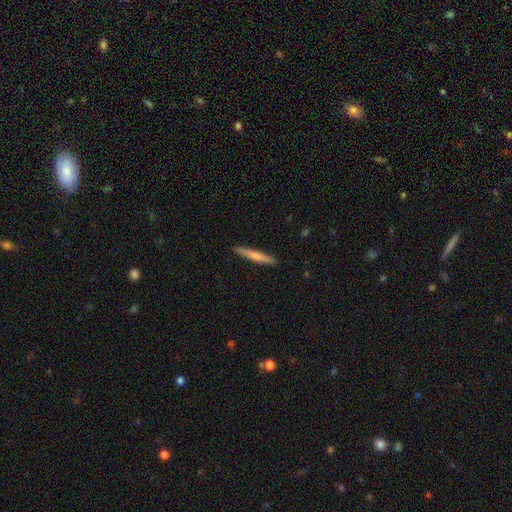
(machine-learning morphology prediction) A smooth galaxy with no disk features (56%) that is cigar-shaped (94%).

Vote fractions:
- Smooth or featured? smooth: 56% / featured or disk: 38% / star or artifact: 5%
- How rounded? cigar-shaped: 94% / in between: 4% / round: 1%
- Merging? none: 91% / minor disturbance: 6% / major disturbance: 1% / merger: 1%